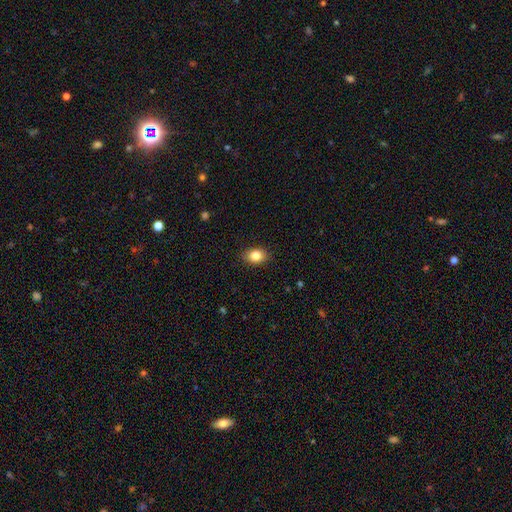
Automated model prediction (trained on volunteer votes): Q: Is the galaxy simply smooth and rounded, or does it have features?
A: smooth — 84%.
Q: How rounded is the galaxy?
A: in between — 71%.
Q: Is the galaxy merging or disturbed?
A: none — 88%.